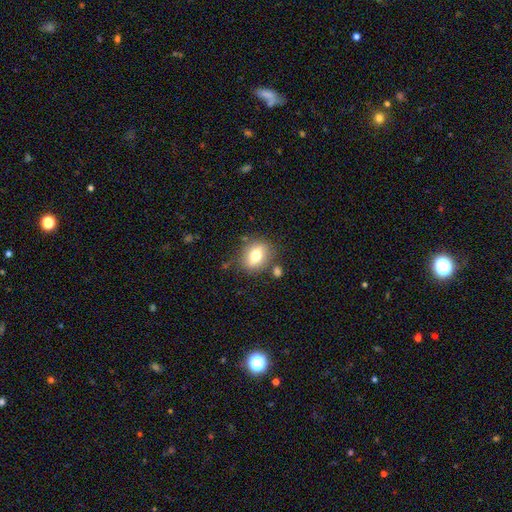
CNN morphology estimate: Smooth or featured? smooth (66%)
How rounded? in between (49%)
Merging? none (78%)